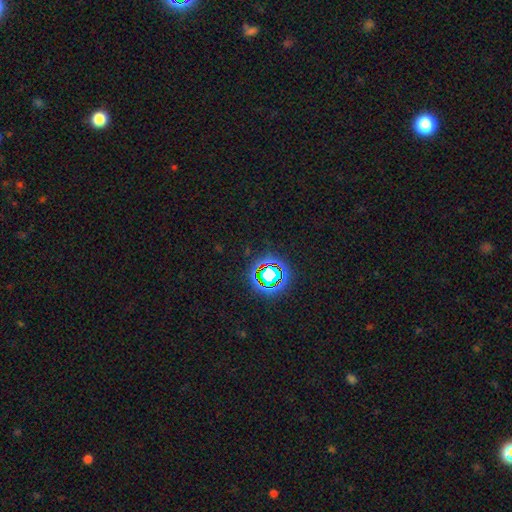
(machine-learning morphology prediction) Smooth or featured?
  - star or artifact: 75% *
  - smooth: 19%
  - featured or disk: 7%